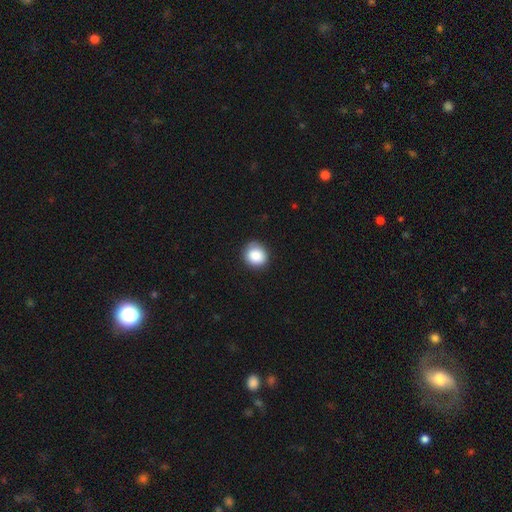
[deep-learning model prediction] A smooth galaxy with no disk features (87%) that is round (85%). Merging: none (84%).